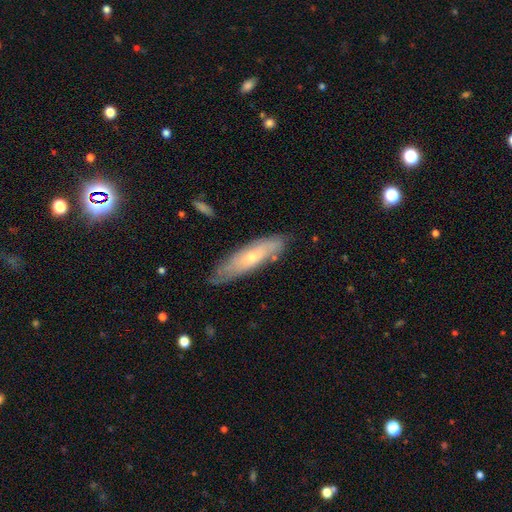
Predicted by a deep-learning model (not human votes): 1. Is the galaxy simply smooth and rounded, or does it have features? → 54% featured or disk, 38% smooth, 8% star or artifact.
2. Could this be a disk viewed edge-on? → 57% no, 43% yes.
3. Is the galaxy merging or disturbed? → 78% none, 17% minor disturbance, 3% major disturbance, 2% merger.